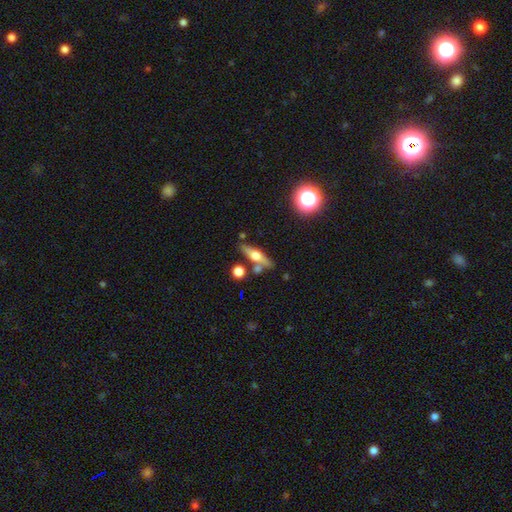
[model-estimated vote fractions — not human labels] Morphology: type=featured or disk (59%); edge-on=yes (92%); edge-on bulge=rounded (93%); merging=none (75%).